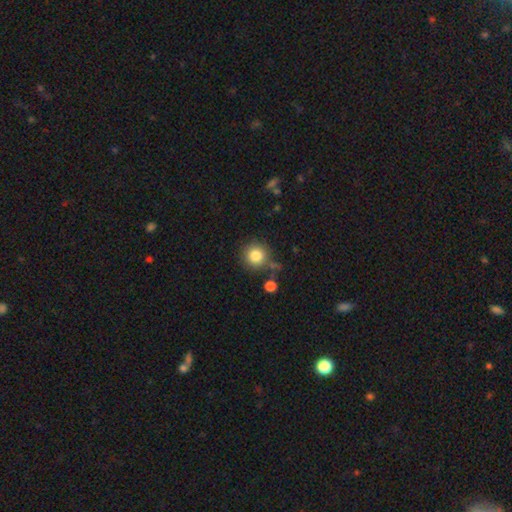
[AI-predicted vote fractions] Smooth or featured? smooth (83%)
How rounded? round (93%)
Merging? none (74%)